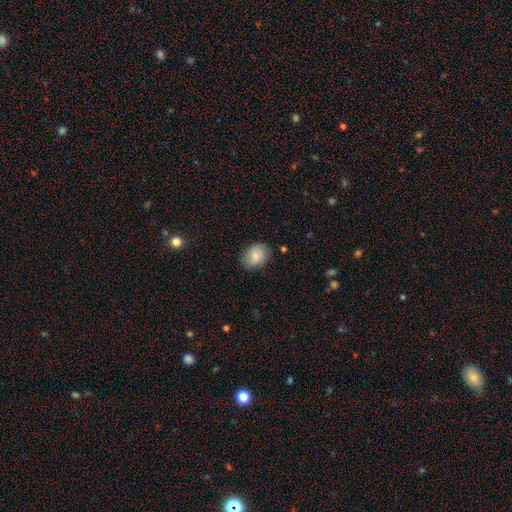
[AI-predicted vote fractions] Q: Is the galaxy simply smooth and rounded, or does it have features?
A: smooth — 75%.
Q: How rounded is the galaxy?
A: in between — 53%.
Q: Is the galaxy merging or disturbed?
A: none — 81%.